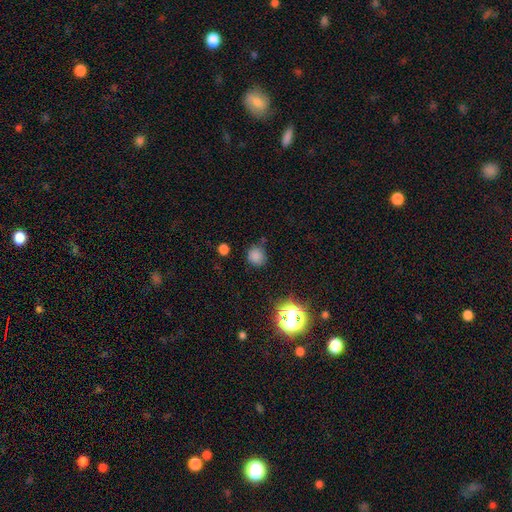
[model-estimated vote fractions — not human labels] Overall: smooth (77%). How rounded: round (86%). Merging: none (77%).